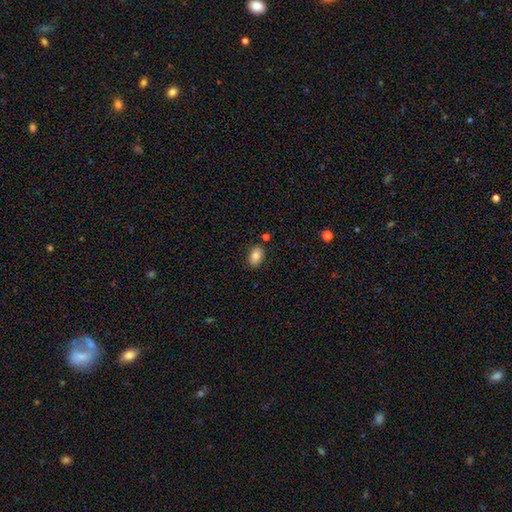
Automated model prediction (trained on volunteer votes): Overall: smooth (80%). How rounded: in between (84%). Merging: none (82%).